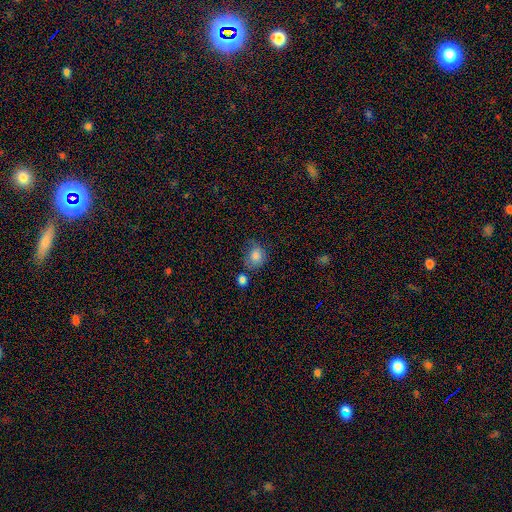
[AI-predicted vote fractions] Smooth or featured? smooth (82%)
How rounded? round (63%)
Merging? none (59%)